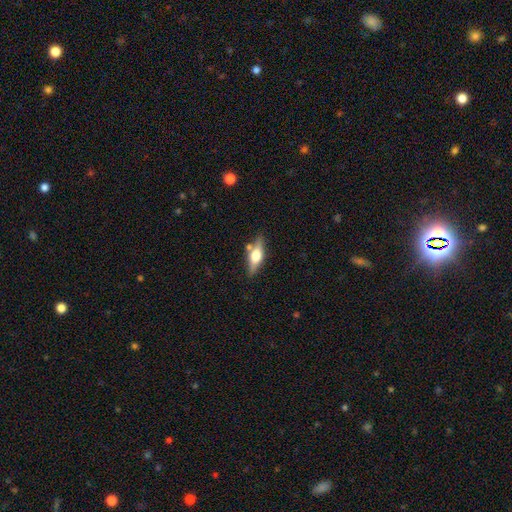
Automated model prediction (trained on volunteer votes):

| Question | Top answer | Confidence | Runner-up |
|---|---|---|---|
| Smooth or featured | featured or disk | 55% | smooth (38%) |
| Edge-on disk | yes | 92% | no (8%) |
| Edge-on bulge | rounded | 93% | boxy (6%) |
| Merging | none | 78% | minor disturbance (13%) |